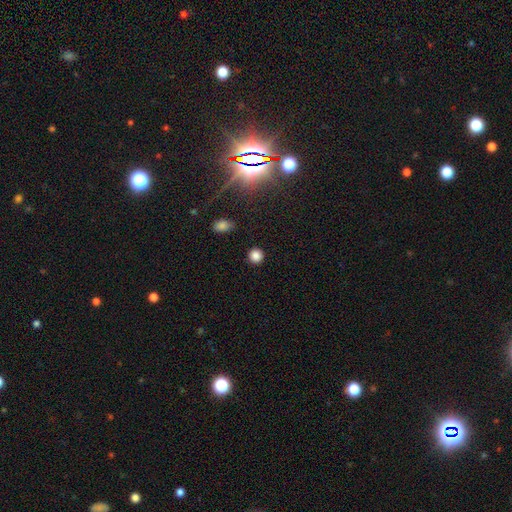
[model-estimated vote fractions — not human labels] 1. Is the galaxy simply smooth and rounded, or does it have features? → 84% smooth, 12% star or artifact, 4% featured or disk.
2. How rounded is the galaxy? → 93% round, 6% in between, 1% cigar-shaped.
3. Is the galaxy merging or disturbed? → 91% none, 5% minor disturbance, 2% major disturbance, 2% merger.